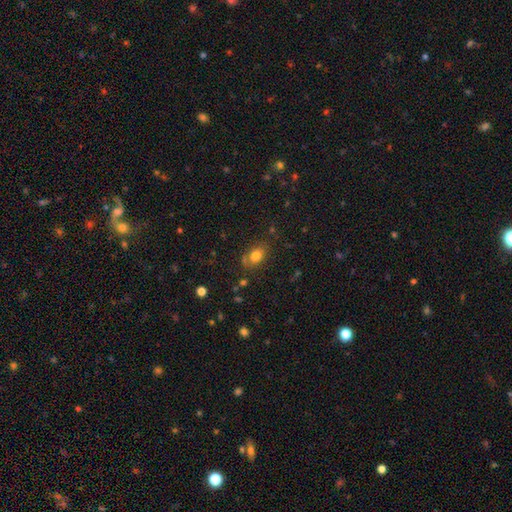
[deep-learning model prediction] smooth-or-featured: smooth: 80% | star or artifact: 11% | featured or disk: 9%
  how-rounded: in between: 75% | round: 23% | cigar-shaped: 2%
  merging: none: 72% | minor disturbance: 17% | merger: 6% | major disturbance: 5%